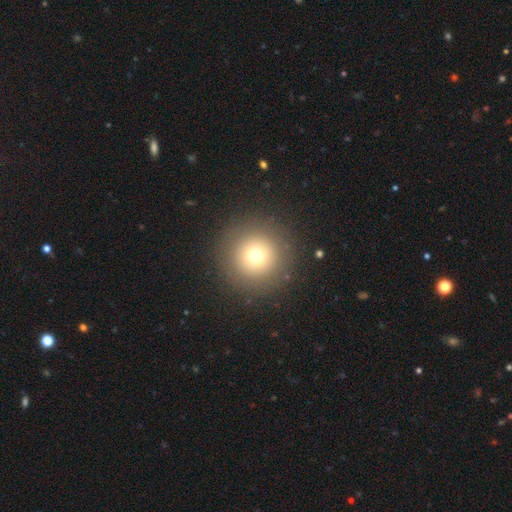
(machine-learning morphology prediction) Smooth or featured? smooth (72%)
How rounded? round (96%)
Merging? none (89%)